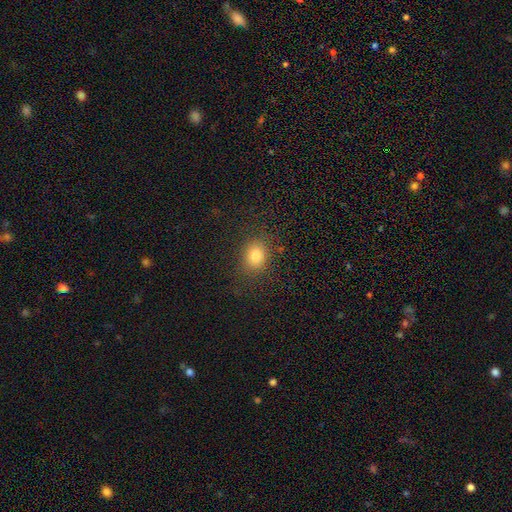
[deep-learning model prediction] Q: Smooth or featured?
A: smooth (80%); runner-up: star or artifact (13%)
Q: How rounded?
A: round (56%); runner-up: in between (43%)
Q: Merging?
A: none (85%); runner-up: minor disturbance (10%)